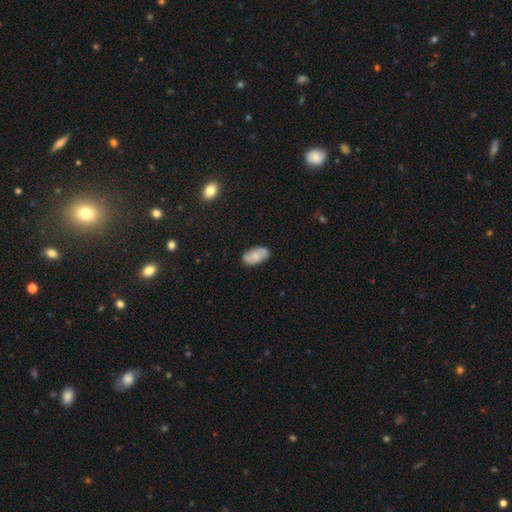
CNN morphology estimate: A smooth galaxy with no disk features (61%) that is in between round and cigar-shaped (93%).

Vote fractions:
- Smooth or featured? smooth: 61% / featured or disk: 31% / star or artifact: 8%
- How rounded? in between: 93% / round: 4% / cigar-shaped: 3%
- Merging? none: 79% / minor disturbance: 16% / major disturbance: 3% / merger: 2%